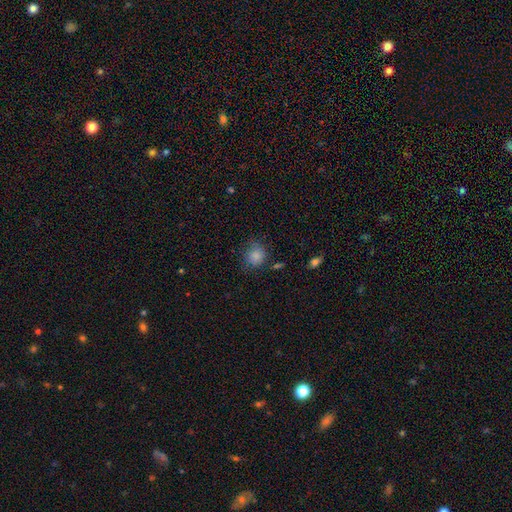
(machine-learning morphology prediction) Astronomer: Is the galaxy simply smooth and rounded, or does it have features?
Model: smooth — 84%.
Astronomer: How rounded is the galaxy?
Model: round — 76%.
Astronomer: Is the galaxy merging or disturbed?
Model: none — 70%.